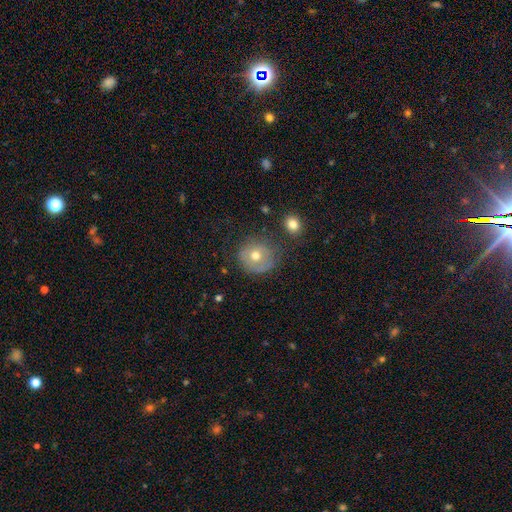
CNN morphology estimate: Smooth or featured? Predicted: smooth (p=0.60). How rounded? Predicted: round (p=0.87). Merging? Predicted: none (p=0.65).